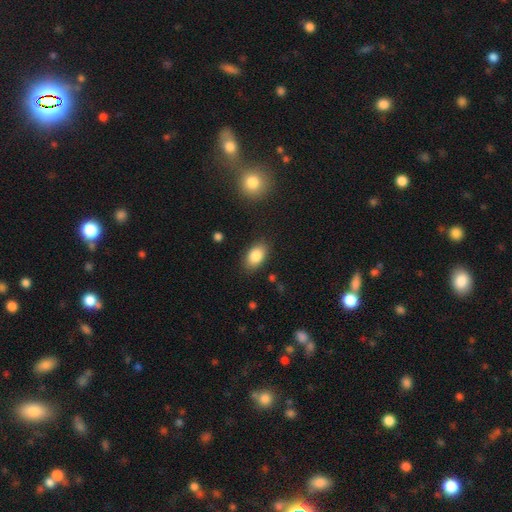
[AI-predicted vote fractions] Smooth or featured? Predicted: smooth (p=0.85). How rounded? Predicted: in between (p=0.89). Merging? Predicted: none (p=0.85).